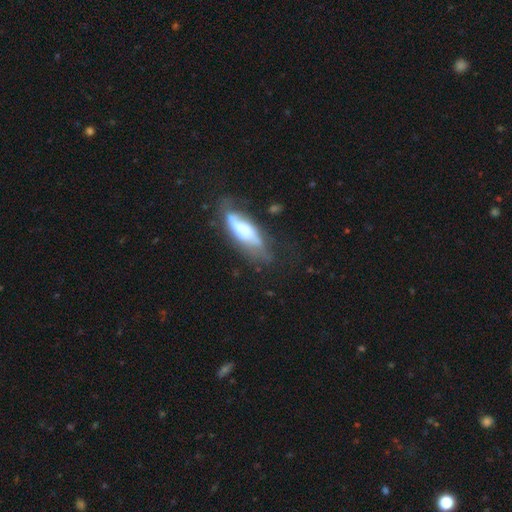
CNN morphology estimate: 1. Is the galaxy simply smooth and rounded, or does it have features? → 51% featured or disk, 39% smooth, 10% star or artifact.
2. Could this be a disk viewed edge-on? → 63% no, 37% yes.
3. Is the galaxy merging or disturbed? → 60% none, 25% minor disturbance, 13% major disturbance, 2% merger.